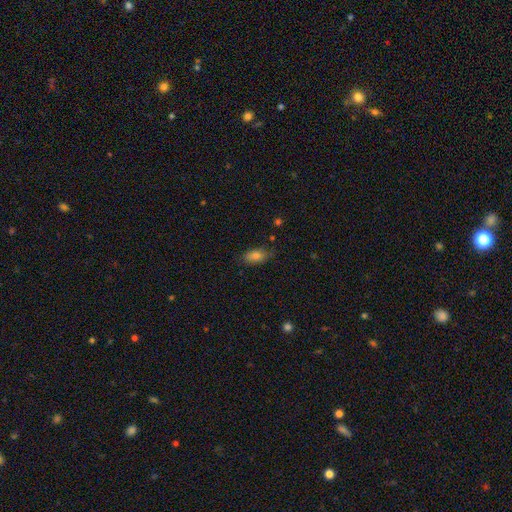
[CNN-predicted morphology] A smooth galaxy with no disk features (81%) that is in between round and cigar-shaped (89%).

Vote fractions:
- Smooth or featured? smooth: 81% / featured or disk: 10% / star or artifact: 9%
- How rounded? in between: 89% / round: 6% / cigar-shaped: 5%
- Merging? none: 76% / minor disturbance: 19% / major disturbance: 4% / merger: 2%